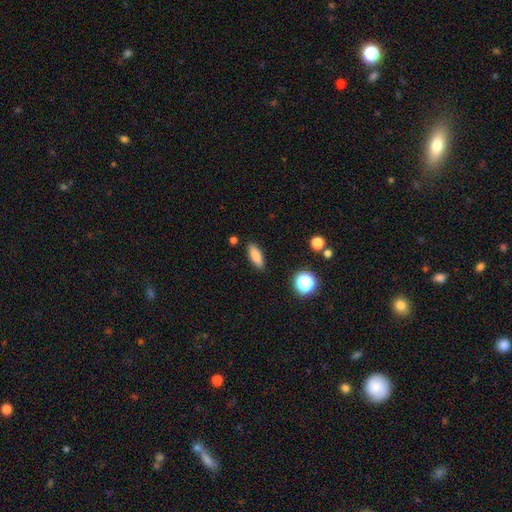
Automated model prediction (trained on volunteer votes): Q: Smooth or featured?
A: smooth (82%); runner-up: star or artifact (9%)
Q: How rounded?
A: in between (62%); runner-up: cigar-shaped (33%)
Q: Merging?
A: none (88%); runner-up: minor disturbance (8%)